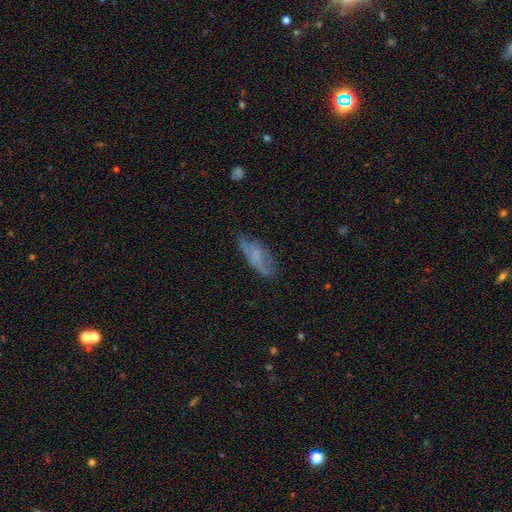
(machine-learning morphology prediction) A smooth galaxy with no disk features (52%) that is in between round and cigar-shaped (65%).

Vote fractions:
- Smooth or featured? smooth: 52% / featured or disk: 38% / star or artifact: 10%
- How rounded? in between: 65% / cigar-shaped: 32% / round: 2%
- Merging? none: 58% / minor disturbance: 28% / major disturbance: 12% / merger: 2%